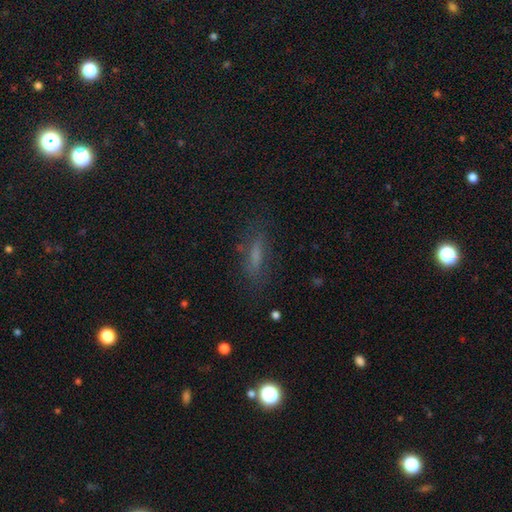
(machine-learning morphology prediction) A smooth galaxy with no disk features (57%) that is cigar-shaped (60%).

Vote fractions:
- Smooth or featured? smooth: 57% / featured or disk: 25% / star or artifact: 18%
- How rounded? cigar-shaped: 60% / in between: 36% / round: 3%
- Merging? none: 74% / minor disturbance: 16% / major disturbance: 8% / merger: 2%